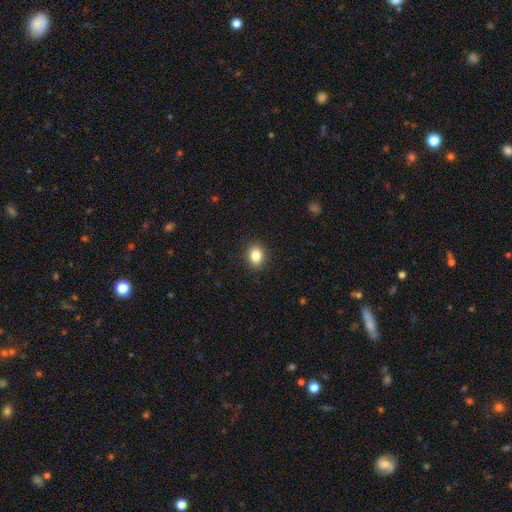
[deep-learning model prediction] Overall: smooth (84%). How rounded: in between (52%; round 47%). Merging: none (90%).